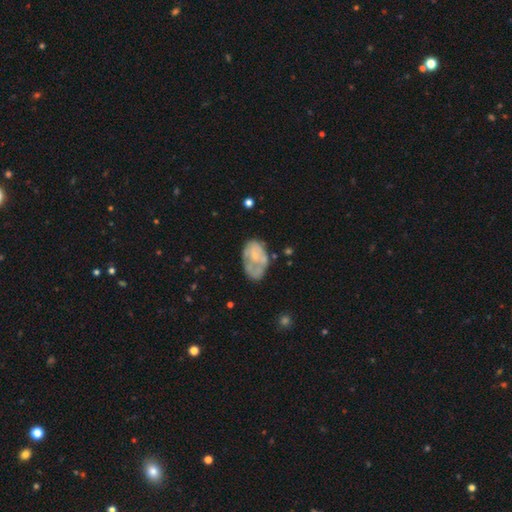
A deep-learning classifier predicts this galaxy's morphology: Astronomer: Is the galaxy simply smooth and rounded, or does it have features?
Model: featured or disk — 48% (runner-up: smooth, 44%).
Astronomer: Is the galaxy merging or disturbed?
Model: none — 41% (runner-up: minor disturbance, 29%).